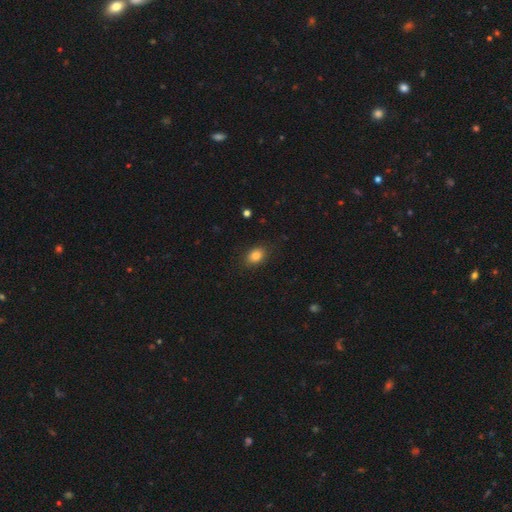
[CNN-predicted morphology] Smooth or featured: smooth — 84% (star or artifact — 10%)
How rounded: in between — 75% (round — 24%)
Merging: none — 85% (minor disturbance — 11%)